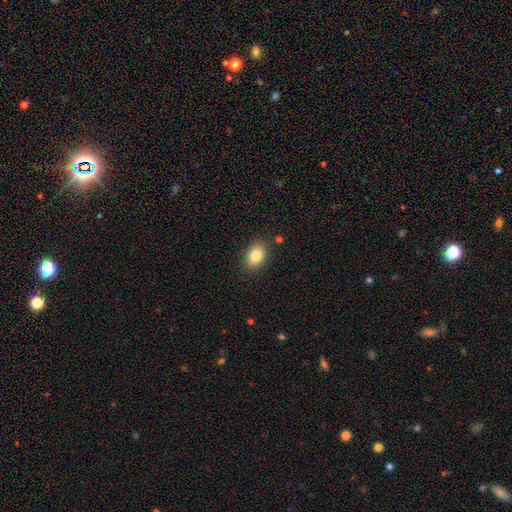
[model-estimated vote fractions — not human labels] A smooth galaxy with no disk features (84%) that is in between round and cigar-shaped (80%).

Vote fractions:
- Smooth or featured? smooth: 84% / star or artifact: 8% / featured or disk: 8%
- How rounded? in between: 80% / round: 19% / cigar-shaped: 1%
- Merging? none: 86% / minor disturbance: 10% / major disturbance: 2% / merger: 2%